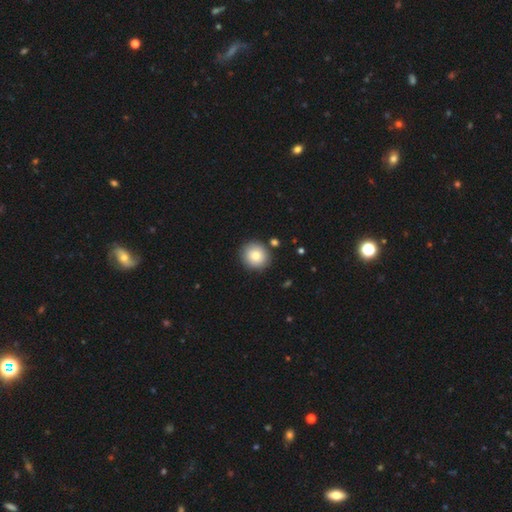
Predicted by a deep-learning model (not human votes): Q: Smooth or featured?
A: smooth (81%); runner-up: featured or disk (10%)
Q: How rounded?
A: round (90%); runner-up: in between (9%)
Q: Merging?
A: none (87%); runner-up: minor disturbance (8%)